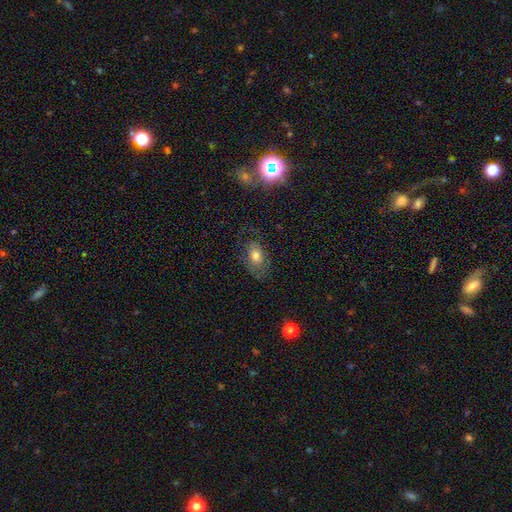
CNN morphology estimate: Smooth or featured?
  - smooth: 59% *
  - featured or disk: 31%
  - star or artifact: 11%
How rounded?
  - in between: 83% *
  - round: 15%
  - cigar-shaped: 2%
Merging?
  - none: 61% *
  - minor disturbance: 21%
  - major disturbance: 16%
  - merger: 2%